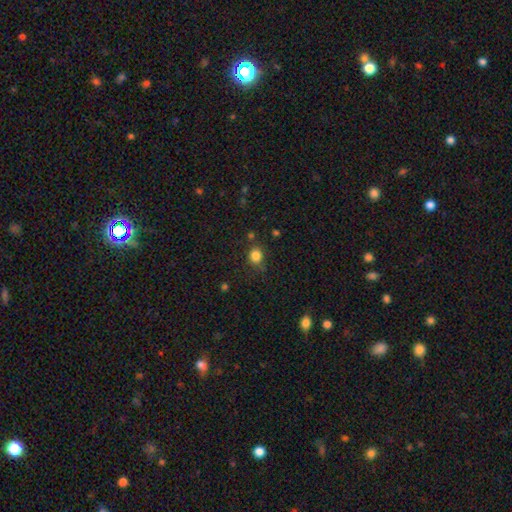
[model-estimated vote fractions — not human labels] smooth-or-featured: smooth: 83% | star or artifact: 12% | featured or disk: 5%
  how-rounded: round: 71% | in between: 28% | cigar-shaped: 1%
  merging: none: 75% | minor disturbance: 17% | major disturbance: 5% | merger: 4%